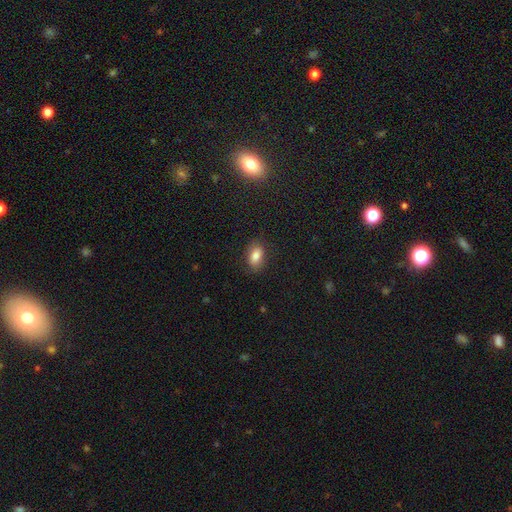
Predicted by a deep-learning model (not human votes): This appears to be a smooth galaxy with no disk features (81%) that is in between round and cigar-shaped (89%). Merging: none (82%).